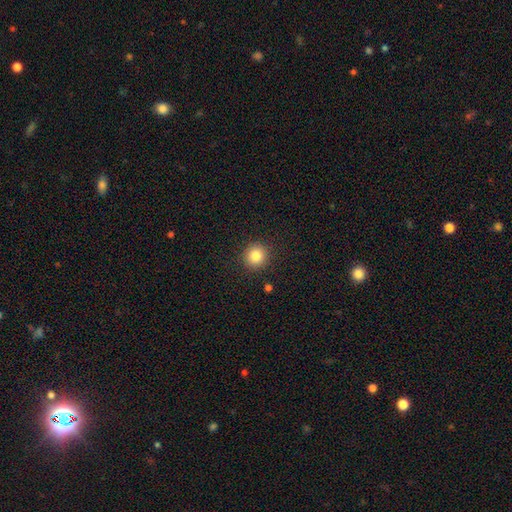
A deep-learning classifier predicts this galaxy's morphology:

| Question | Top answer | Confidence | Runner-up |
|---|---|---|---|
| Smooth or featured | smooth | 84% | star or artifact (10%) |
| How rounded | round | 92% | in between (7%) |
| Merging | none | 90% | minor disturbance (6%) |